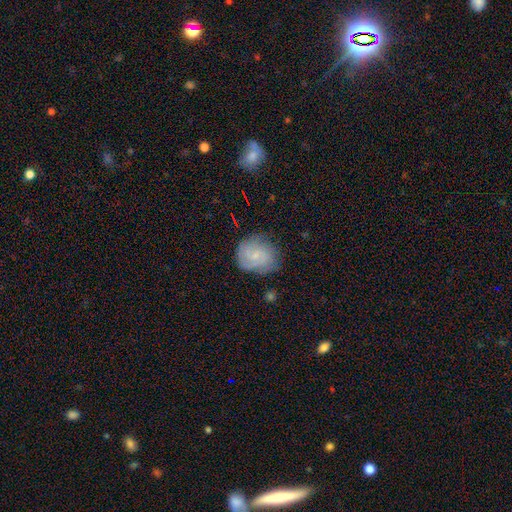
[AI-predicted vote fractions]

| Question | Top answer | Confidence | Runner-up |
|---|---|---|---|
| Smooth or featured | featured or disk | 47% | smooth (44%) |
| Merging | none | 68% | minor disturbance (22%) |